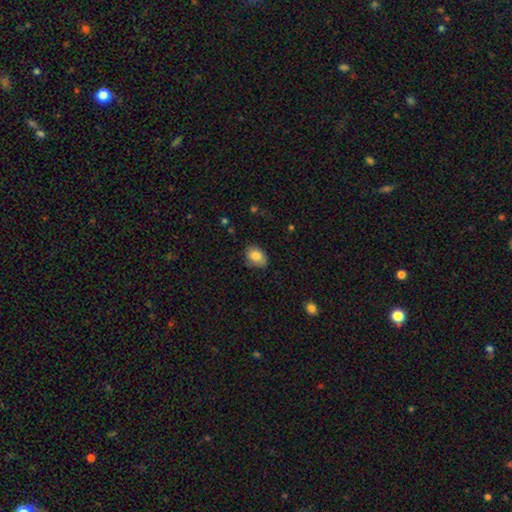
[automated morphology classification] type=smooth (84%); roundness=in between (76%); merging=none (72%).